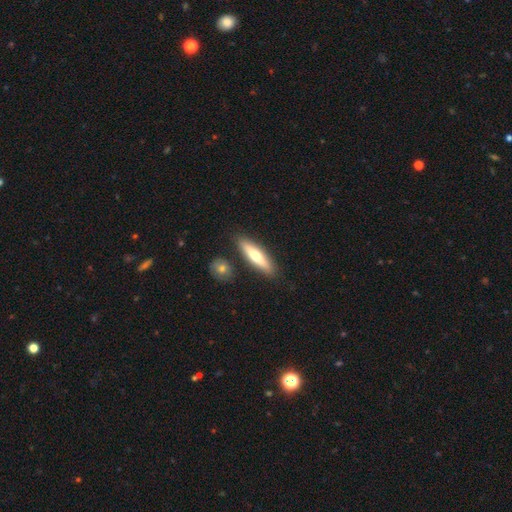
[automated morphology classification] Smooth or featured? smooth (56%)
How rounded? cigar-shaped (76%)
Merging? none (86%)